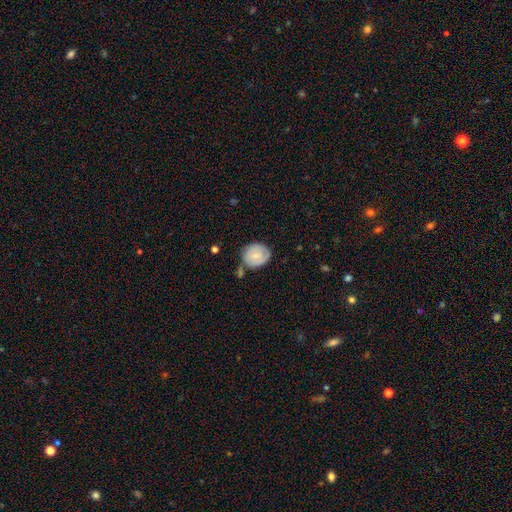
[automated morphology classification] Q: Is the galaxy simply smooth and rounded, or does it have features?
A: smooth — 64%.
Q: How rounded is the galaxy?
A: round — 63%.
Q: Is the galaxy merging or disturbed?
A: none — 58%.